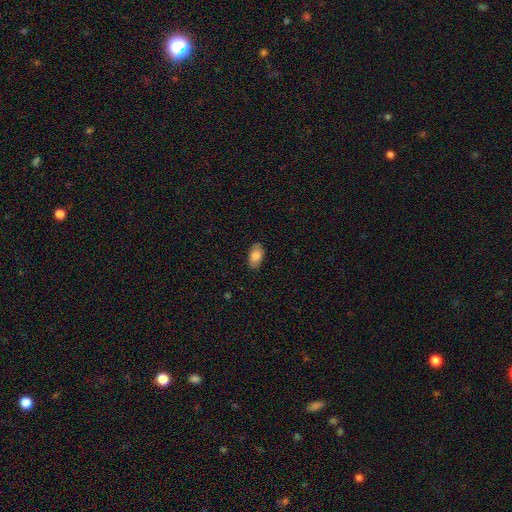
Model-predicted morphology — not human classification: Q: Smooth or featured?
A: smooth (76%); runner-up: featured or disk (17%)
Q: How rounded?
A: in between (93%); runner-up: round (5%)
Q: Merging?
A: none (84%); runner-up: minor disturbance (12%)